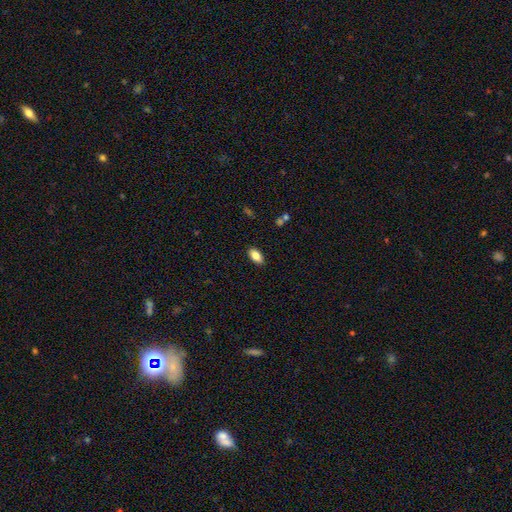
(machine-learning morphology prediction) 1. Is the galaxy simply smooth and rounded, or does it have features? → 85% smooth, 8% featured or disk, 8% star or artifact.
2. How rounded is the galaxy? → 92% in between, 5% cigar-shaped, 4% round.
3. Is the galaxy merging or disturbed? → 88% none, 9% minor disturbance, 2% major disturbance, 1% merger.